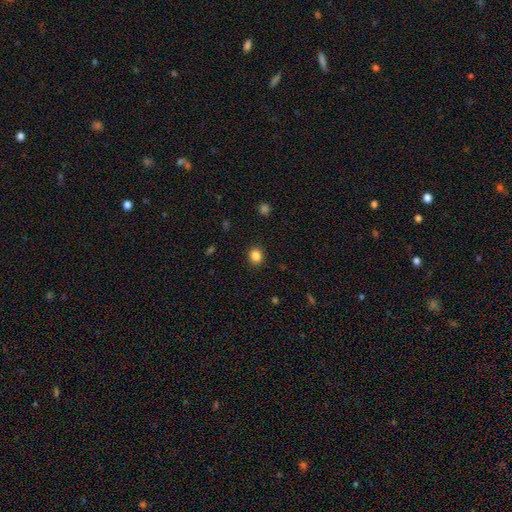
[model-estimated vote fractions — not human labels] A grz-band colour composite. It shows a smooth galaxy with no disk features (85%) that is round (72%). Merging: none (90%).